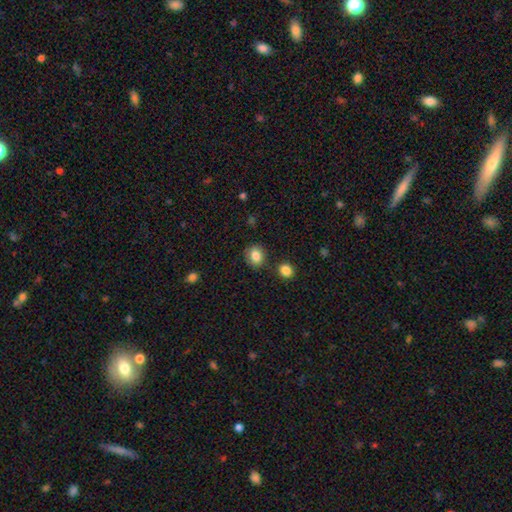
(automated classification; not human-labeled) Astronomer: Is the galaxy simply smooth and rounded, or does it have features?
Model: smooth — 84%.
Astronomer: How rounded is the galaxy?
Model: round — 67%.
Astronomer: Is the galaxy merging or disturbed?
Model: none — 79%.